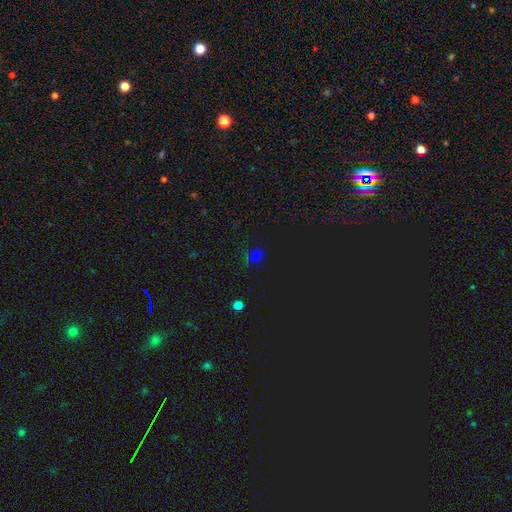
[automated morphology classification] Smooth or featured: star or artifact — 49% (smooth — 45%)